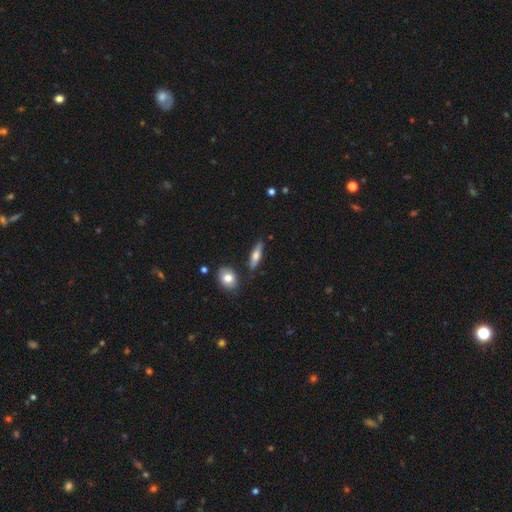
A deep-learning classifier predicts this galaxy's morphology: Smooth or featured?
  - smooth: 60% *
  - featured or disk: 34%
  - star or artifact: 6%
How rounded?
  - cigar-shaped: 56% *
  - in between: 41%
  - round: 4%
Merging?
  - none: 79% *
  - minor disturbance: 13%
  - merger: 5%
  - major disturbance: 3%